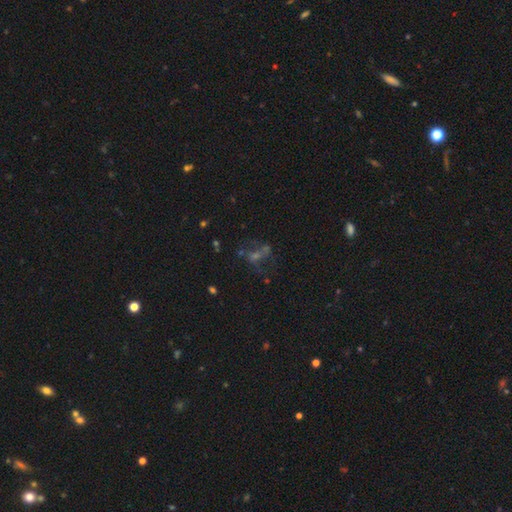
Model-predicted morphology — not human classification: Q: Smooth or featured?
A: star or artifact (40%); runner-up: featured or disk (37%)